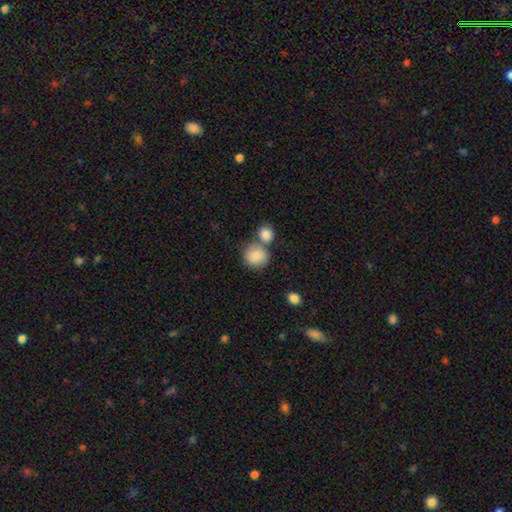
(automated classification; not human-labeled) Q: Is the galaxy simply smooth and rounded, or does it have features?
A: smooth — 86%.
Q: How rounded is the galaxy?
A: round — 85%.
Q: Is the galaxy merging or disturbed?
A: none — 52%.